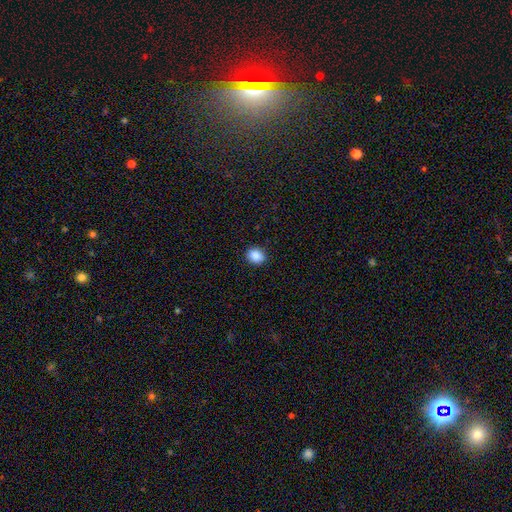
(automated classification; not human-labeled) This appears to be a smooth galaxy with no disk features (88%) that is round (61%). Merging: none (90%).